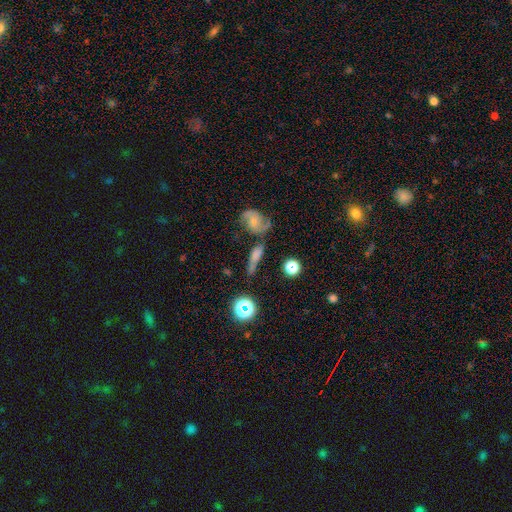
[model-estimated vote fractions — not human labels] Q: Smooth or featured?
A: smooth (57%); runner-up: featured or disk (27%)
Q: How rounded?
A: cigar-shaped (51%); runner-up: in between (37%)
Q: Merging?
A: none (46%); runner-up: merger (23%)